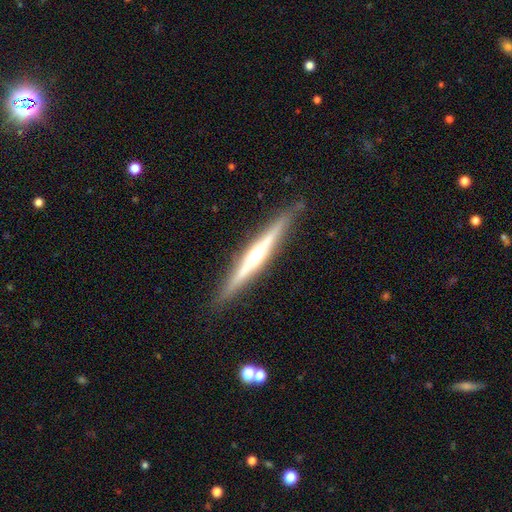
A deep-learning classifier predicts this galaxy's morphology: This is likely a featured or disk galaxy (76%). It is clearly viewed edge-on (97%). Edge-on bulge: clearly rounded (84%). Merging: clearly none (89%).